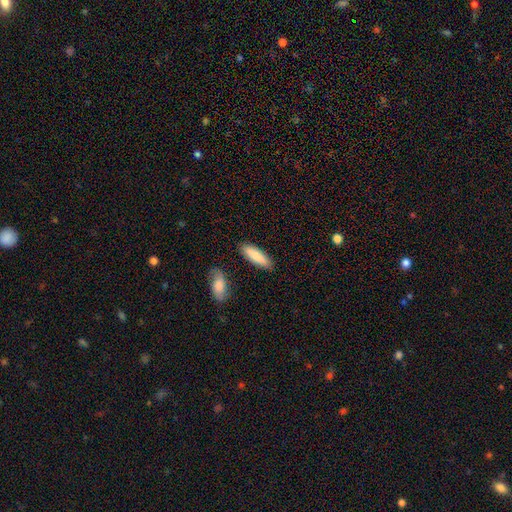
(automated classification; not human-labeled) A smooth galaxy with no disk features (82%) that is cigar-shaped (51%).

Vote fractions:
- Smooth or featured? smooth: 82% / featured or disk: 12% / star or artifact: 5%
- How rounded? cigar-shaped: 51% / in between: 47% / round: 2%
- Merging? none: 84% / minor disturbance: 11% / merger: 3% / major disturbance: 2%